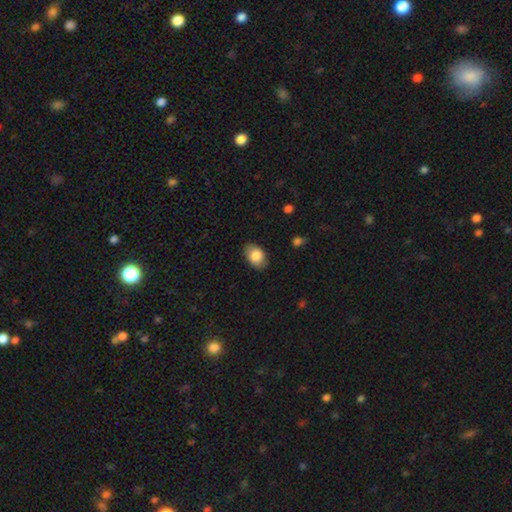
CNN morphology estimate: smooth_or_featured: smooth (p=0.85) [alt: featured or disk p=0.09]
how_rounded: in between (p=0.87) [alt: round p=0.12]
merging: none (p=0.84) [alt: minor disturbance p=0.12]